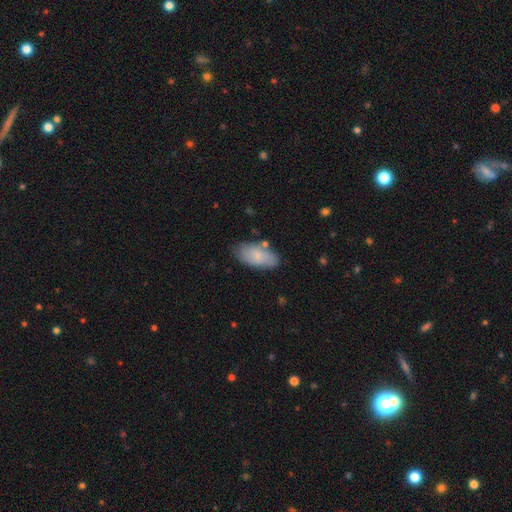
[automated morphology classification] Smooth or featured? Predicted: smooth (p=0.78). How rounded? Predicted: in between (p=0.93). Merging? Predicted: none (p=0.74).